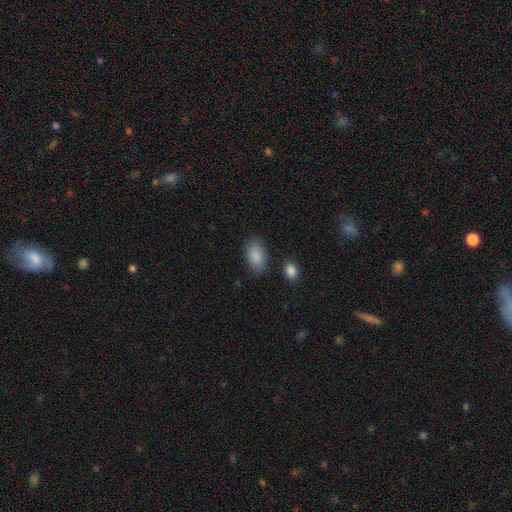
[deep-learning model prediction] This appears to be a smooth galaxy with no disk features (88%) that is in between round and cigar-shaped (93%). Merging: none (81%).